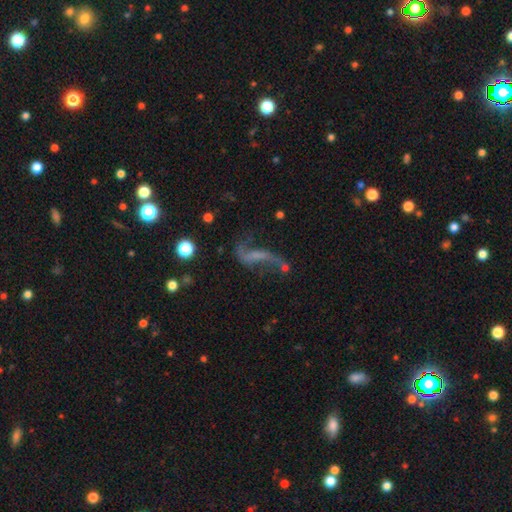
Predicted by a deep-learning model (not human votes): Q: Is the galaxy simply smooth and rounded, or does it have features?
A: featured or disk — 73%.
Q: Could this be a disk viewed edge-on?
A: no — 92%.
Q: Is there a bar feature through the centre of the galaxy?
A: no — 39%.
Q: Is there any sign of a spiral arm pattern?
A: yes — 84%.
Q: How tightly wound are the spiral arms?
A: loose — 91%.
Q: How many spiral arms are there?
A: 2 — 87%.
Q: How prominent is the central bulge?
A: none — 69%.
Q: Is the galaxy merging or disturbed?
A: none — 51%.